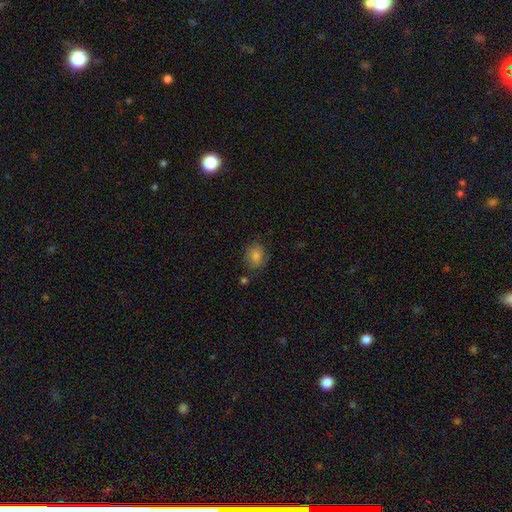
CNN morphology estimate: smooth-or-featured: smooth: 81% | star or artifact: 12% | featured or disk: 7%
  how-rounded: round: 56% | in between: 43% | cigar-shaped: 1%
  merging: none: 81% | minor disturbance: 13% | major disturbance: 3% | merger: 3%